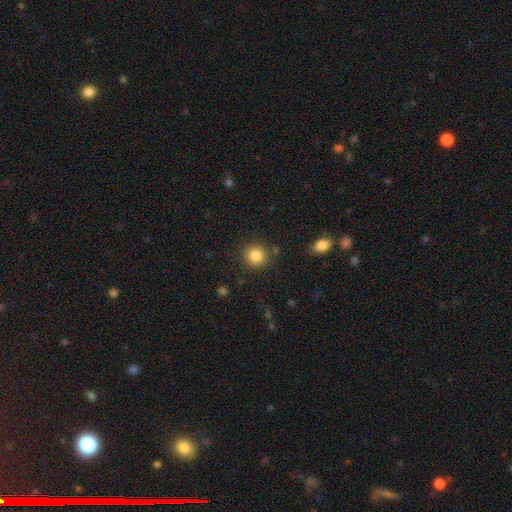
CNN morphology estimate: Smooth or featured?
  - smooth: 84% *
  - star or artifact: 11%
  - featured or disk: 5%
How rounded?
  - round: 92% *
  - in between: 7%
  - cigar-shaped: 1%
Merging?
  - none: 86% *
  - minor disturbance: 8%
  - merger: 3%
  - major disturbance: 3%